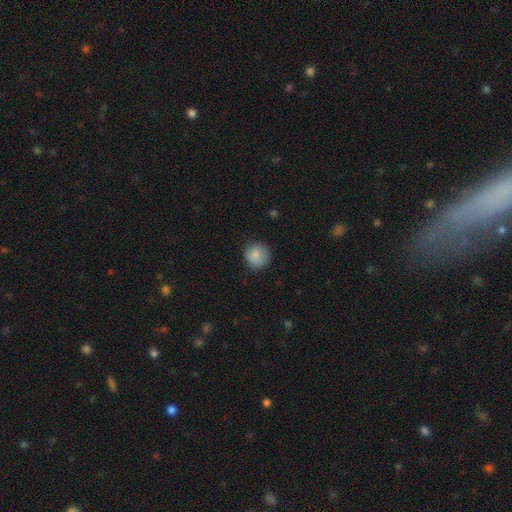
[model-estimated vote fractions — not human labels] smooth 84%, featured or disk 8%, star or artifact 8%. Down the decision tree: how rounded — round (91%); merging — none (81%).